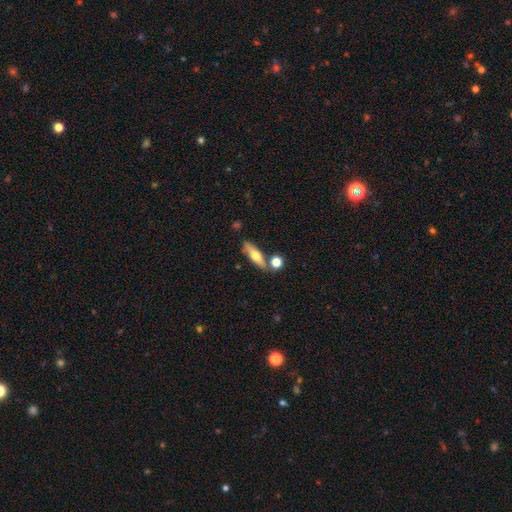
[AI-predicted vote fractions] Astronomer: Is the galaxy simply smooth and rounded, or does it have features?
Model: smooth — 56% (runner-up: featured or disk, 37%).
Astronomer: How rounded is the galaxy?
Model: cigar-shaped — 53% (runner-up: in between, 42%).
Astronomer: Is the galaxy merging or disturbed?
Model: none — 71%.